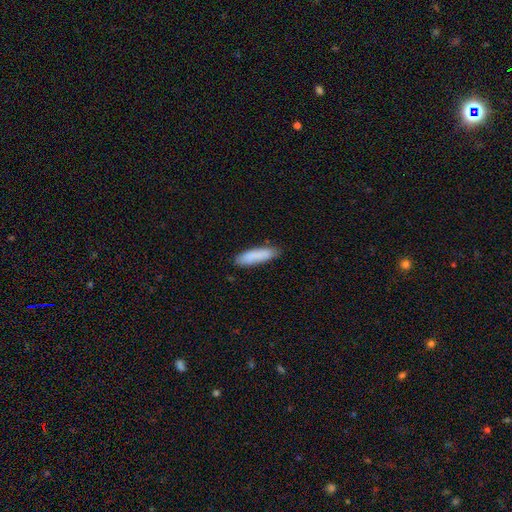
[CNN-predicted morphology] Smooth or featured: smooth — 86% (featured or disk — 7%)
How rounded: cigar-shaped — 63% (in between — 35%)
Merging: none — 81% (minor disturbance — 15%)